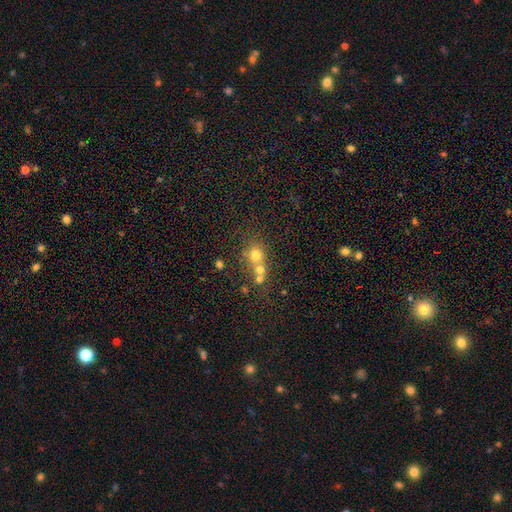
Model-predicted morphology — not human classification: Overall: smooth (65%). How rounded: round (80%). Merging: merger (50%; none 38%).